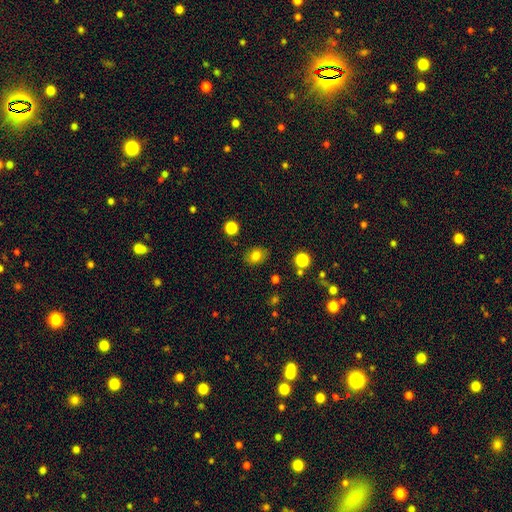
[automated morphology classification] The model was most divided on "how rounded": in between: 55%, round: 44%, cigar-shaped: 1%. More confident: merging — none (84%); smooth or featured — smooth (81%).